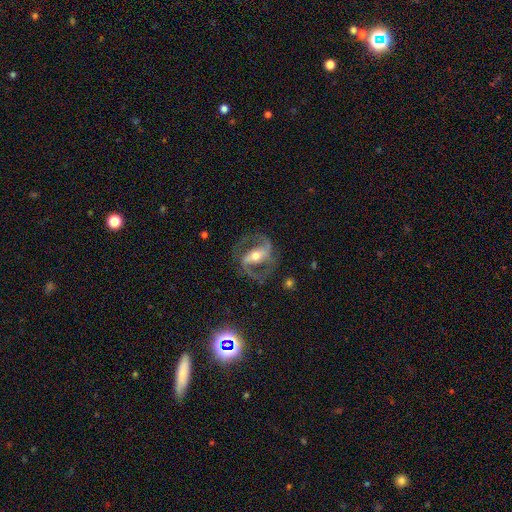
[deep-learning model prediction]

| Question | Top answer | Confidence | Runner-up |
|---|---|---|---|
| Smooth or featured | featured or disk | 87% | smooth (6%) |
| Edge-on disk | no | 96% | yes (4%) |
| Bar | strong | 59% | weak (26%) |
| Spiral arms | yes | 94% | no (6%) |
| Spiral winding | medium | 58% | tight (21%) |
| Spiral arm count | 2 | 92% | can't tell (3%) |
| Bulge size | moderate | 64% | small (28%) |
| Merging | none | 77% | minor disturbance (12%) |